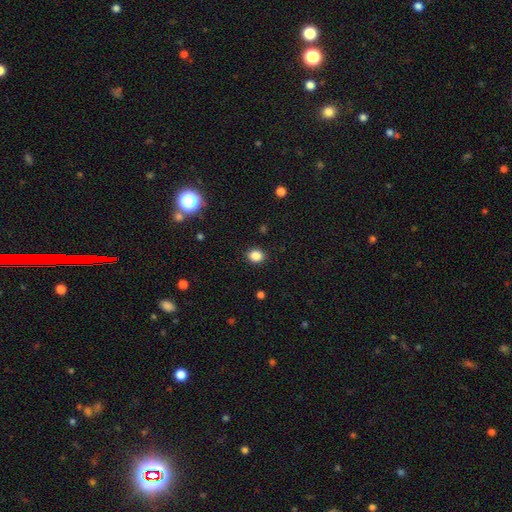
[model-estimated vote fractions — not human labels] Morphology: type=smooth (86%); roundness=round (63%); merging=none (90%).